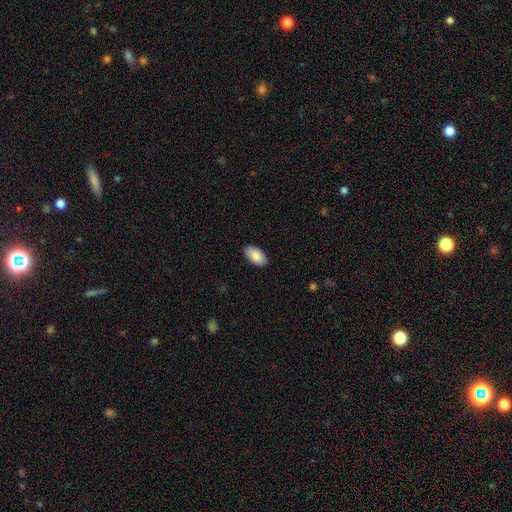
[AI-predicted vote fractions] The model was most divided on "smooth or featured": smooth: 85%, featured or disk: 9%, star or artifact: 6%. More confident: how rounded — in between (96%); merging — none (89%).